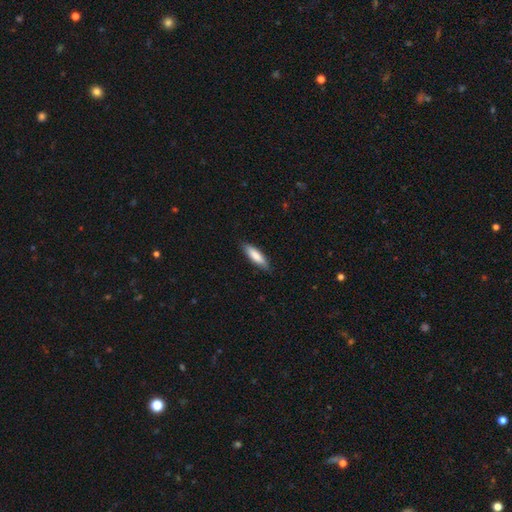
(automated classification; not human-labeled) Smooth or featured? smooth (82%)
How rounded? cigar-shaped (57%)
Merging? none (85%)